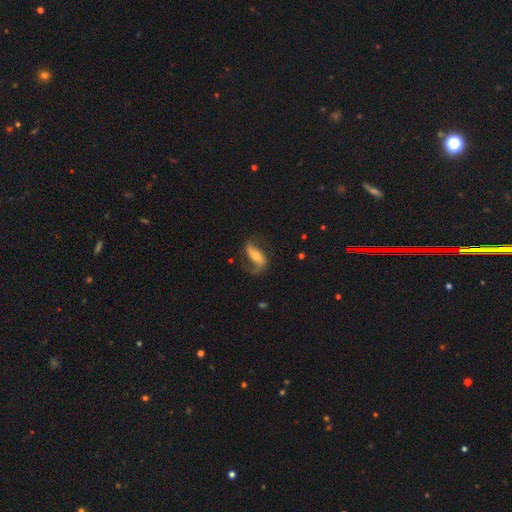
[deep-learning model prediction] Overall: featured or disk (75%). Edge-on disk: no (92%). Bar: strong (42%; no 29%). Spiral arms: yes (92%). Spiral arm count: 2 (82%). Spiral winding: loose (58%; medium 31%). Bulge size: moderate (53%; small 38%). Merging: none (64%).